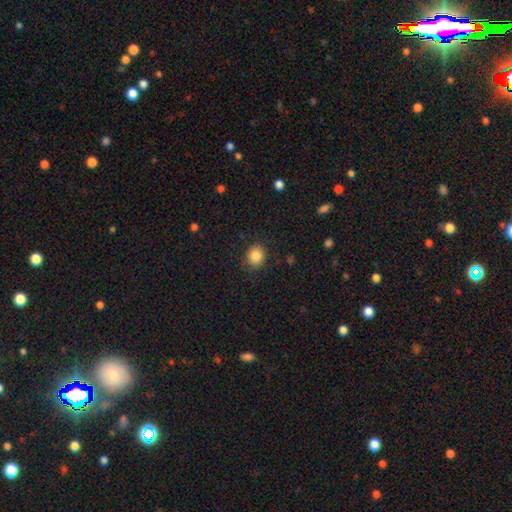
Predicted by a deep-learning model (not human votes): smooth-or-featured: smooth: 84% | star or artifact: 10% | featured or disk: 6%
  how-rounded: round: 73% | in between: 26% | cigar-shaped: 1%
  merging: none: 85% | minor disturbance: 11% | major disturbance: 3% | merger: 1%